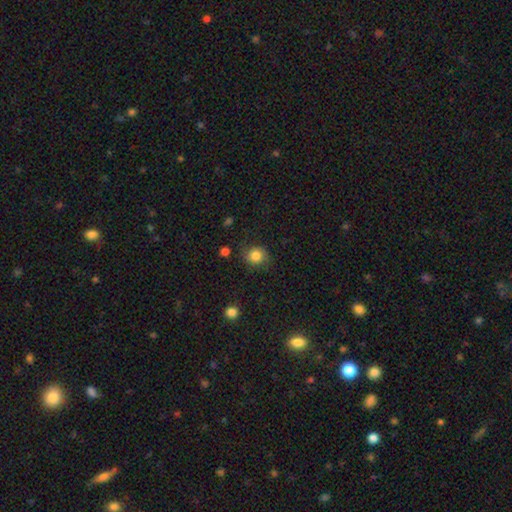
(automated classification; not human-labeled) Smooth or featured? smooth (81%)
How rounded? round (83%)
Merging? none (77%)